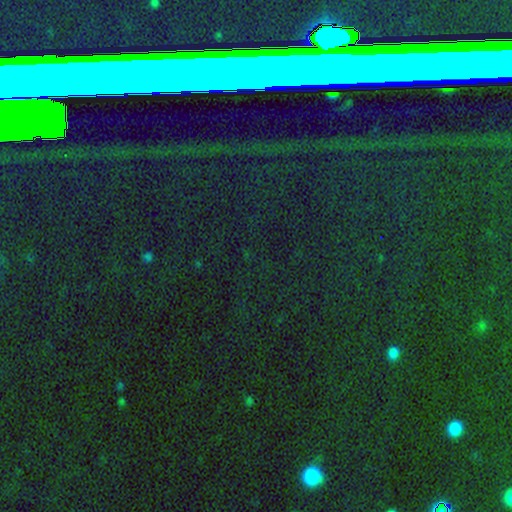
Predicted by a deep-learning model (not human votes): A star or artifact, not a galaxy (80%).